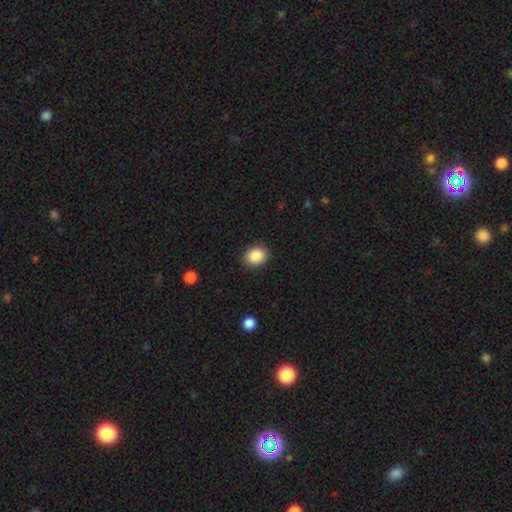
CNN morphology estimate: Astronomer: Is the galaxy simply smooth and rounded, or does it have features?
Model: smooth — 88%.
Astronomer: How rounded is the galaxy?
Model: round — 57% (runner-up: in between, 42%).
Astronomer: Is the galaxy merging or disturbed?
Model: none — 89%.